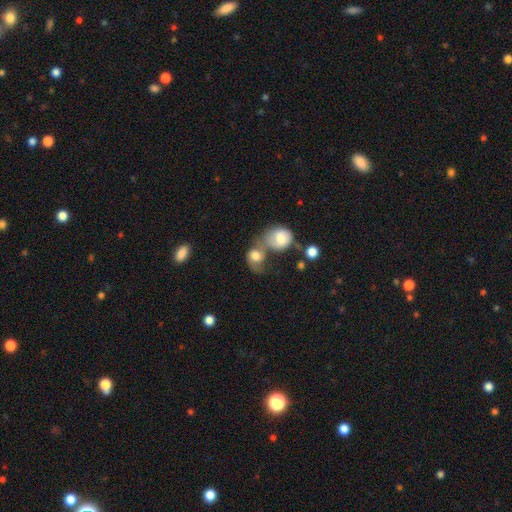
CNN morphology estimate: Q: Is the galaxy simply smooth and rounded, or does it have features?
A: smooth — 70%.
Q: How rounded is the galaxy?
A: round — 58%.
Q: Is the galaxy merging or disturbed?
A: merger — 63%.